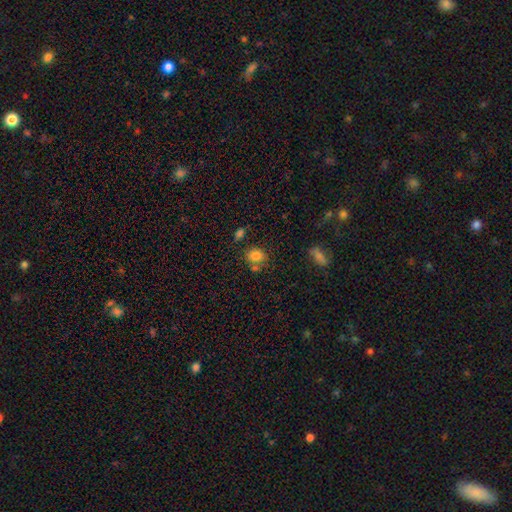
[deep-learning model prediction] A smooth galaxy with no disk features (82%) that is round (58%). Merging: none (68%).